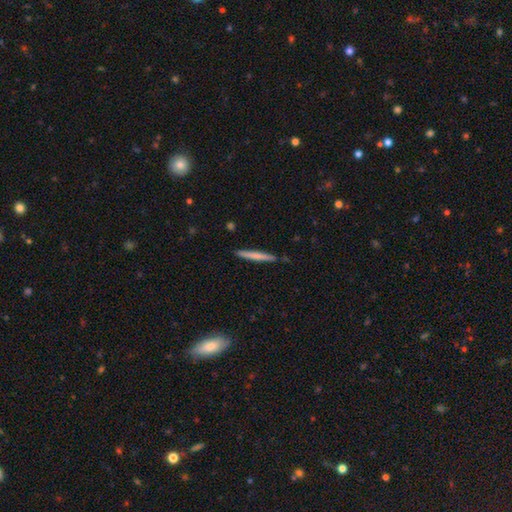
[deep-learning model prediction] This is likely a smooth galaxy (64%). How rounded: clearly cigar-shaped (96%). Merging: clearly none (88%).